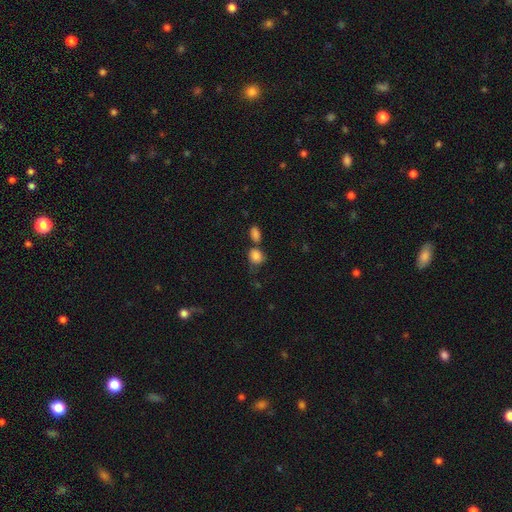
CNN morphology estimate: type=smooth (85%); roundness=round (65%); merging=none (47%).